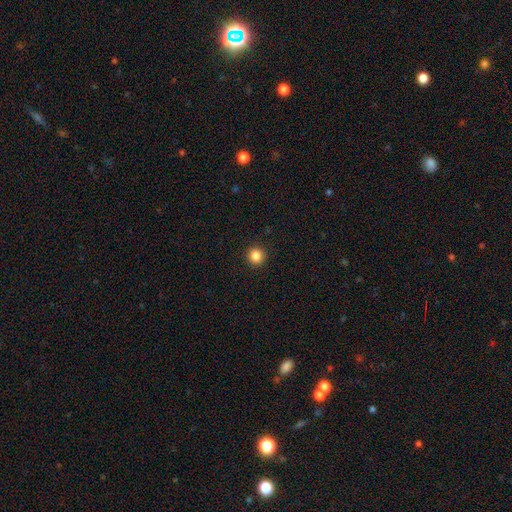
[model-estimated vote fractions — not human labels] smooth-or-featured: smooth: 86% | star or artifact: 11% | featured or disk: 3%
  how-rounded: round: 93% | in between: 6% | cigar-shaped: 1%
  merging: none: 93% | minor disturbance: 5% | major disturbance: 2% | merger: 1%